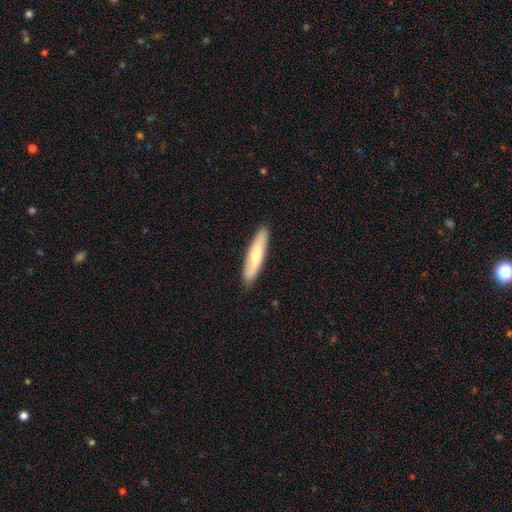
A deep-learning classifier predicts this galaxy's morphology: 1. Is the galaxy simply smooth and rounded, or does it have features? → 63% smooth, 32% featured or disk, 5% star or artifact.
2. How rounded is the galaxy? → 80% cigar-shaped, 19% in between, 2% round.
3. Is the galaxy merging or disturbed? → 88% none, 9% minor disturbance, 2% major disturbance, 1% merger.